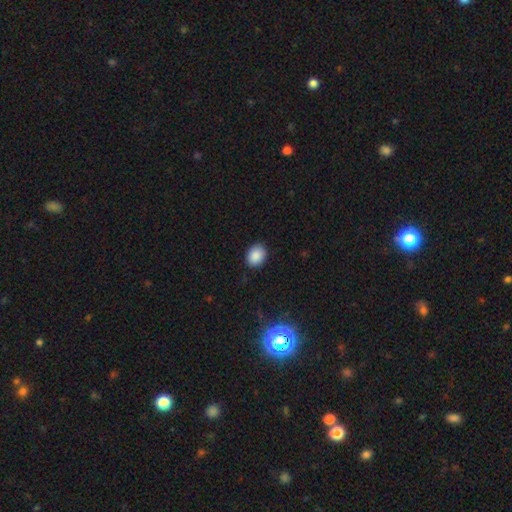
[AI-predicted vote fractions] A smooth galaxy with no disk features (88%) that is in between round and cigar-shaped (60%).

Vote fractions:
- Smooth or featured? smooth: 88% / star or artifact: 9% / featured or disk: 3%
- How rounded? in between: 60% / round: 39% / cigar-shaped: 1%
- Merging? none: 88% / minor disturbance: 9% / major disturbance: 2% / merger: 1%